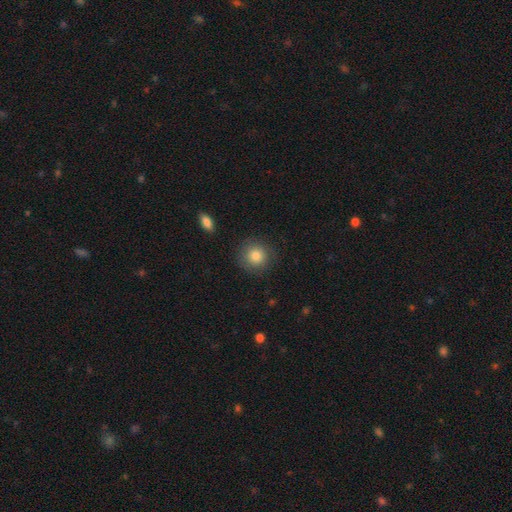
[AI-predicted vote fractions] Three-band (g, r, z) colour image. It shows a smooth galaxy with no disk features (83%) that is round (92%). Merging: none (86%).